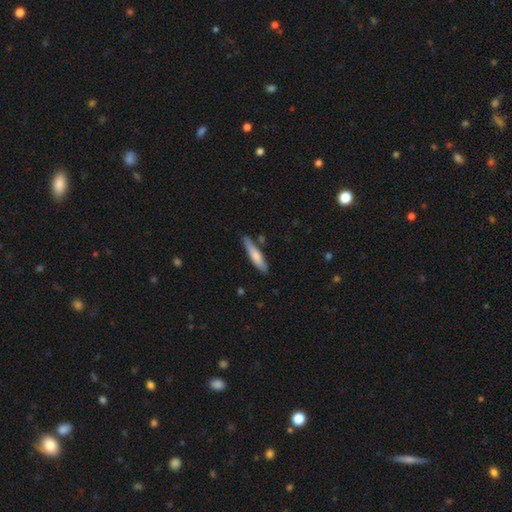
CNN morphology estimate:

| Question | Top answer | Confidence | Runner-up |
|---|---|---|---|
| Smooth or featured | smooth | 71% | featured or disk (23%) |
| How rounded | cigar-shaped | 84% | in between (15%) |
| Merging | none | 79% | minor disturbance (15%) |